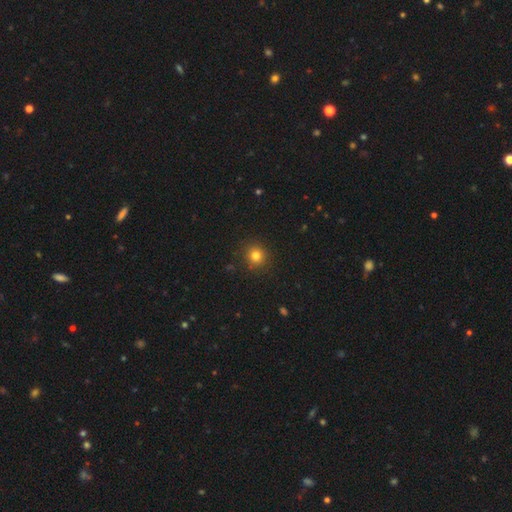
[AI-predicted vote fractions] Q: Smooth or featured?
A: smooth (81%); runner-up: star or artifact (13%)
Q: How rounded?
A: round (90%); runner-up: in between (9%)
Q: Merging?
A: none (90%); runner-up: minor disturbance (7%)